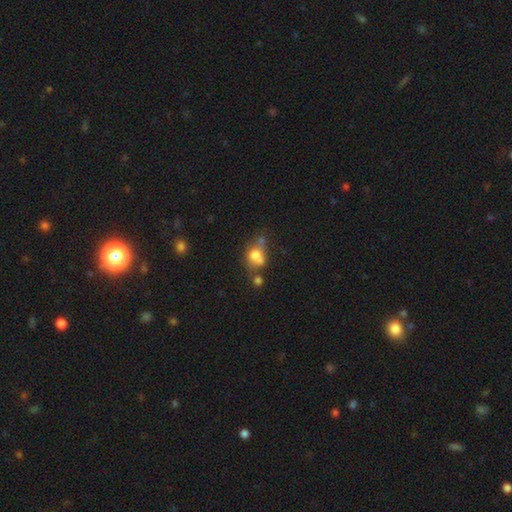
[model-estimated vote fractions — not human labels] A smooth galaxy with no disk features (67%) that is round (49%, tied with in between). Merging: merger (40%).